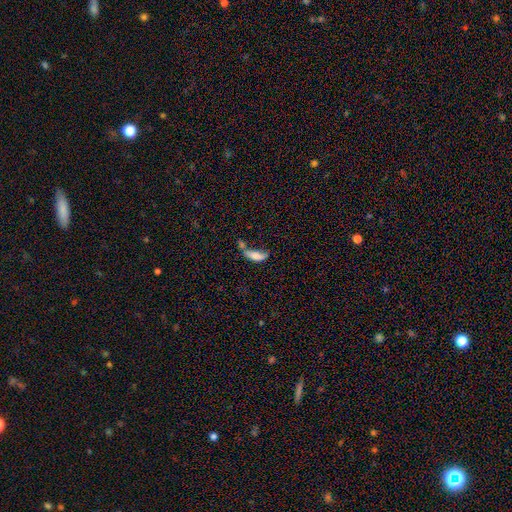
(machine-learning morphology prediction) type=smooth (69%); roundness=in between (67%); merging=merger (36%).